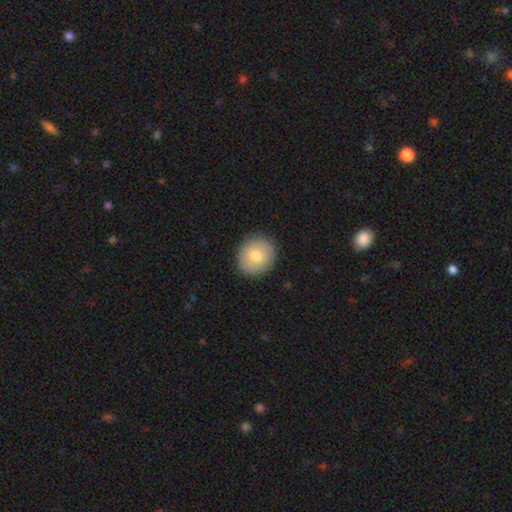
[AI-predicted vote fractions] Smooth or featured? Predicted: smooth (p=0.77). How rounded? Predicted: round (p=0.86). Merging? Predicted: none (p=0.90).